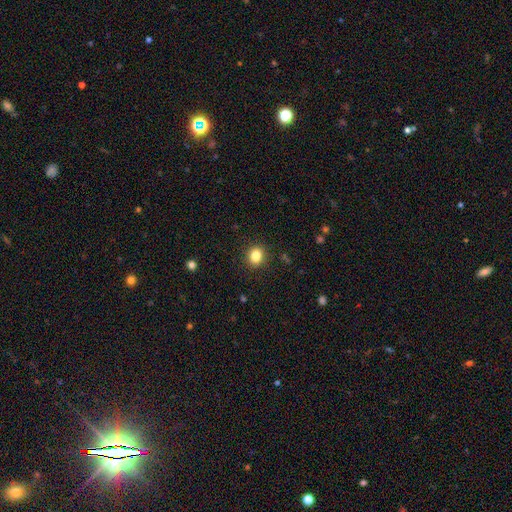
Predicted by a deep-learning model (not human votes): Smooth or featured?
  - smooth: 84% *
  - star or artifact: 11%
  - featured or disk: 6%
How rounded?
  - round: 67% *
  - in between: 33%
  - cigar-shaped: 1%
Merging?
  - none: 90% *
  - minor disturbance: 7%
  - major disturbance: 2%
  - merger: 1%